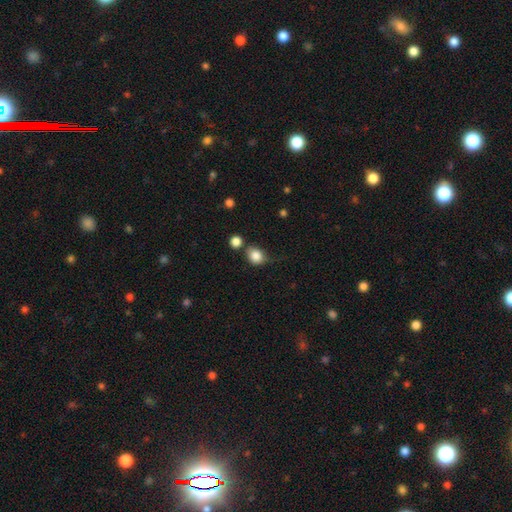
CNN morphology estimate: A smooth galaxy with no disk features (84%) that is round (68%). Merging: none (54%).